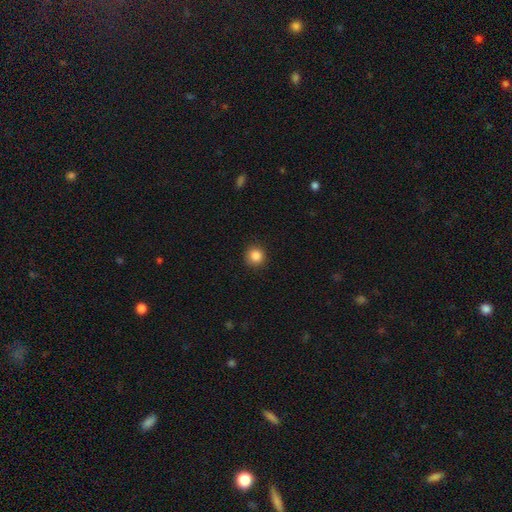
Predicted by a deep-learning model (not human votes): Q: Smooth or featured?
A: smooth (86%); runner-up: star or artifact (10%)
Q: How rounded?
A: round (92%); runner-up: in between (7%)
Q: Merging?
A: none (90%); runner-up: minor disturbance (7%)